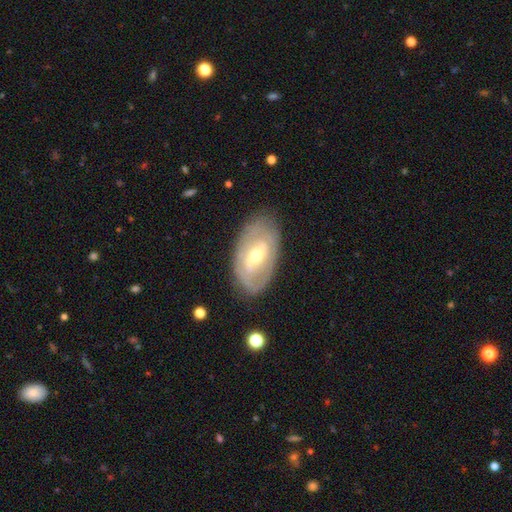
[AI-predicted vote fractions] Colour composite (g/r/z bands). It shows a featured or disk galaxy (69%) with a weak bar (44%), spiral arms (60%) and a moderate central bulge (53%). Merging: none (78%).